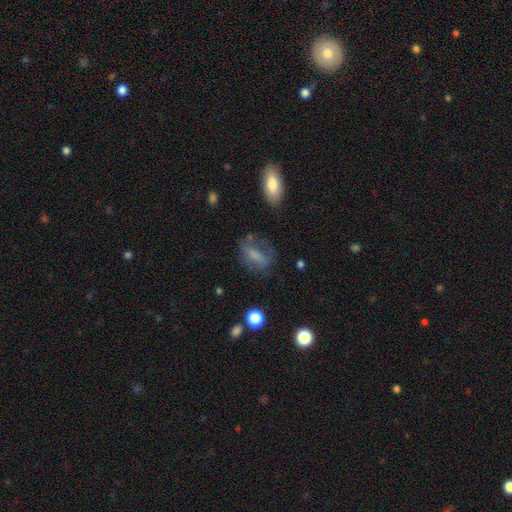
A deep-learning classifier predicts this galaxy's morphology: The model was most divided on "smooth or featured": smooth: 55%, featured or disk: 32%, star or artifact: 13%. Remaining: how rounded — in between (70%); merging — none (49%).